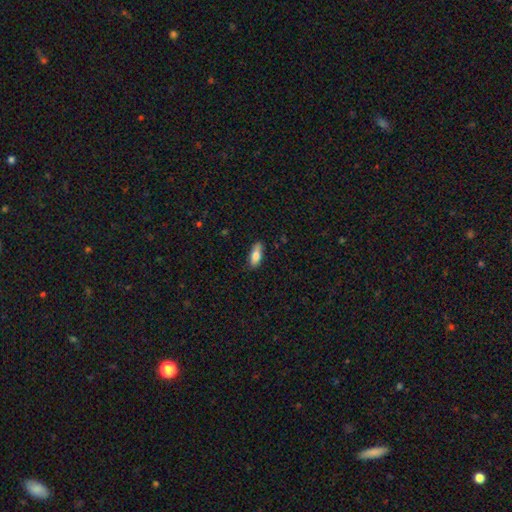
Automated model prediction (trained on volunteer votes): Smooth or featured?
  - smooth: 80% *
  - featured or disk: 13%
  - star or artifact: 6%
How rounded?
  - in between: 70% *
  - cigar-shaped: 27%
  - round: 2%
Merging?
  - none: 84% *
  - minor disturbance: 13%
  - major disturbance: 2%
  - merger: 1%